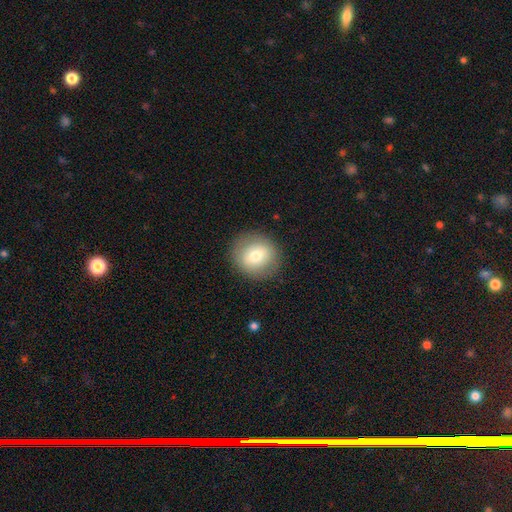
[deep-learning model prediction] Smooth or featured?
  - smooth: 73% *
  - featured or disk: 19%
  - star or artifact: 9%
How rounded?
  - round: 88% *
  - in between: 12%
  - cigar-shaped: 1%
Merging?
  - none: 88% *
  - minor disturbance: 8%
  - major disturbance: 3%
  - merger: 1%